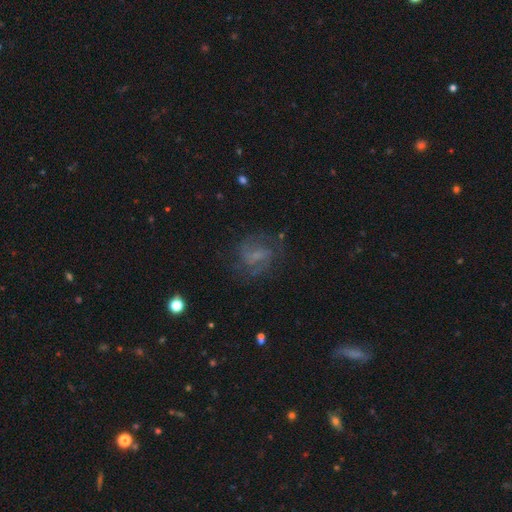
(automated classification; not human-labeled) A featured or disk galaxy (67%) with a weak bar (51%), 2 (66%) medium (50%) spiral arms (88%) and no central bulge (40%, tied with small). Merging: none (69%).